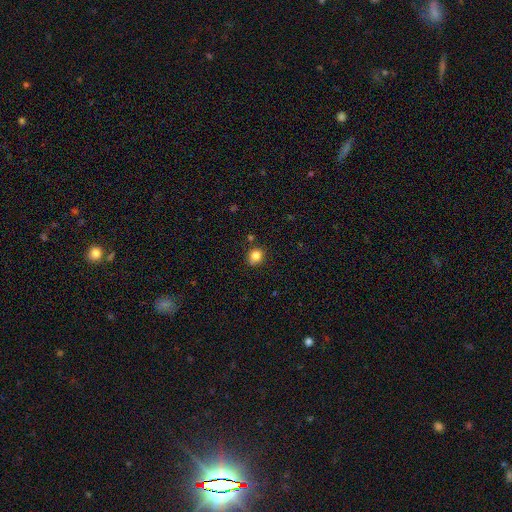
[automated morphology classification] A smooth galaxy with no disk features (82%) that is round (82%).

Vote fractions:
- Smooth or featured? smooth: 82% / star or artifact: 12% / featured or disk: 6%
- How rounded? round: 82% / in between: 17% / cigar-shaped: 1%
- Merging? none: 76% / minor disturbance: 16% / merger: 5% / major disturbance: 3%